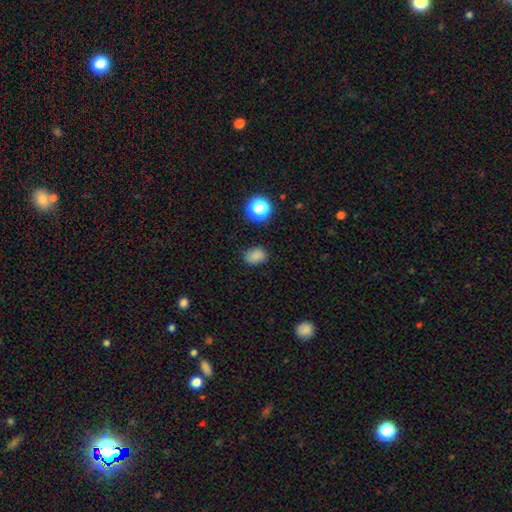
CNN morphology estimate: Smooth or featured: smooth — 82% (star or artifact — 14%)
How rounded: in between — 66% (round — 32%)
Merging: none — 82% (minor disturbance — 13%)